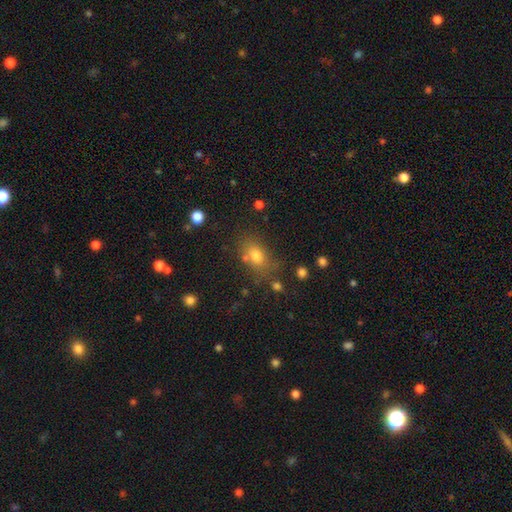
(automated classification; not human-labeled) A smooth galaxy with no disk features (73%) that is in between round and cigar-shaped (69%).

Vote fractions:
- Smooth or featured? smooth: 73% / star or artifact: 16% / featured or disk: 11%
- How rounded? in between: 69% / round: 28% / cigar-shaped: 3%
- Merging? none: 67% / minor disturbance: 16% / merger: 10% / major disturbance: 6%